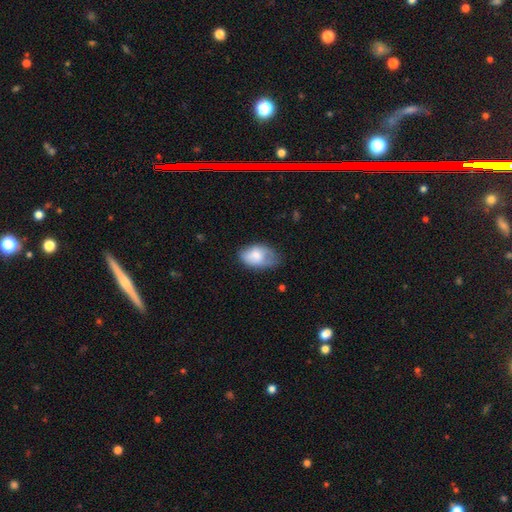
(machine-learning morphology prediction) This is likely a smooth galaxy (69%). How rounded: clearly in between (91%). Merging: possibly none (54%).